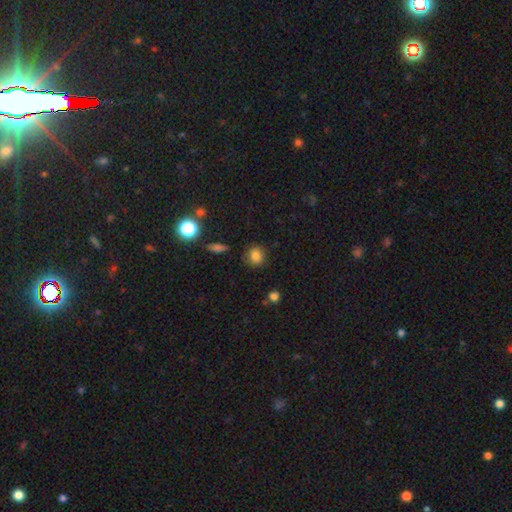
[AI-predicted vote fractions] Smooth or featured? smooth (82%)
How rounded? round (81%)
Merging? none (85%)